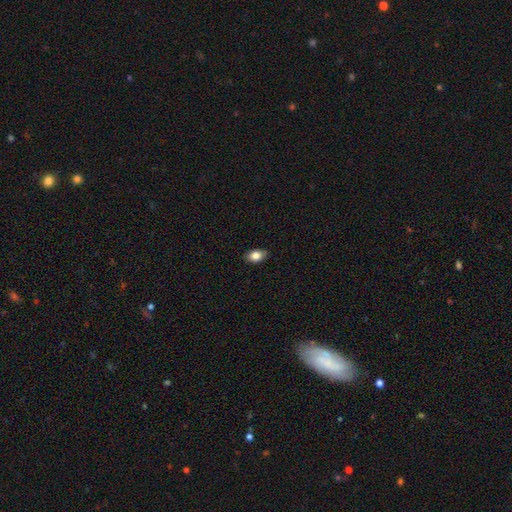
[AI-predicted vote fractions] A smooth galaxy with no disk features (81%) that is in between round and cigar-shaped (88%).

Vote fractions:
- Smooth or featured? smooth: 81% / featured or disk: 11% / star or artifact: 8%
- How rounded? in between: 88% / round: 10% / cigar-shaped: 2%
- Merging? none: 87% / minor disturbance: 10% / major disturbance: 2% / merger: 1%